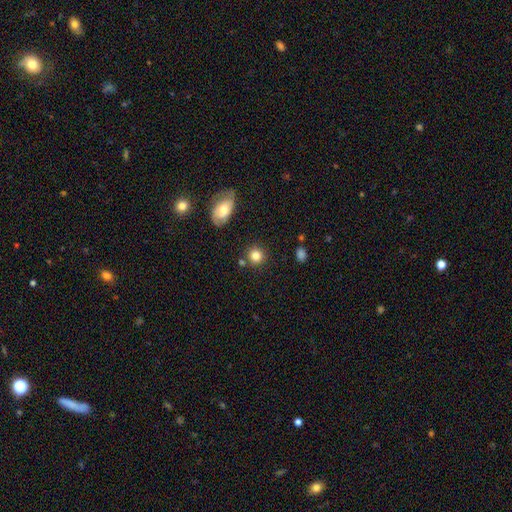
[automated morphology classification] smooth_or_featured: smooth (p=0.83) [alt: star or artifact p=0.10]
how_rounded: round (p=0.88) [alt: in between p=0.11]
merging: none (p=0.82) [alt: minor disturbance p=0.09]